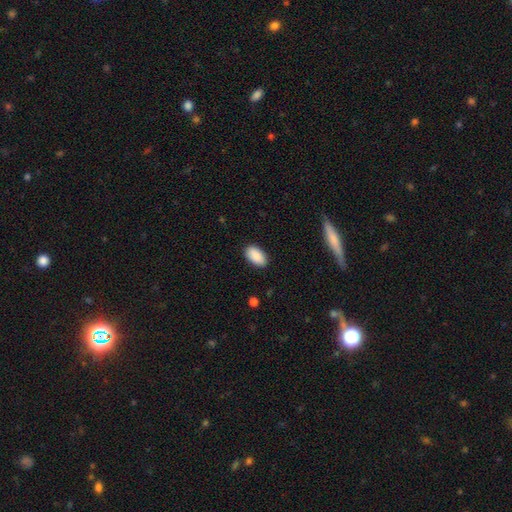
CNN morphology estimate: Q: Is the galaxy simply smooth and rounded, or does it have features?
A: smooth — 90%.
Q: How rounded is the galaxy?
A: in between — 95%.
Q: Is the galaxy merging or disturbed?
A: none — 88%.